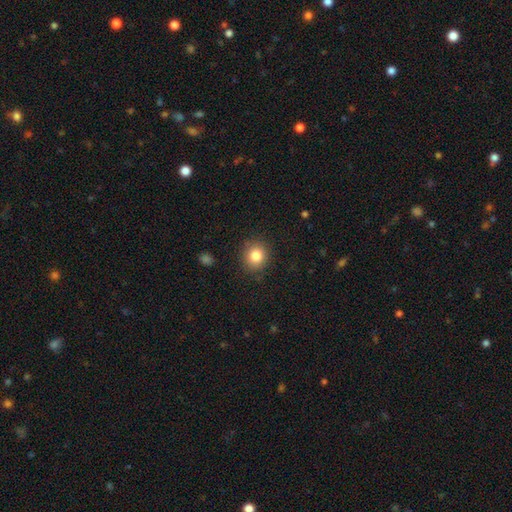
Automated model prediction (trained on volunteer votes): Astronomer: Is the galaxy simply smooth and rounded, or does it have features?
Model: smooth — 83%.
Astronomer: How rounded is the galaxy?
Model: round — 83%.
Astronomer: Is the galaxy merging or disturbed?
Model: none — 87%.